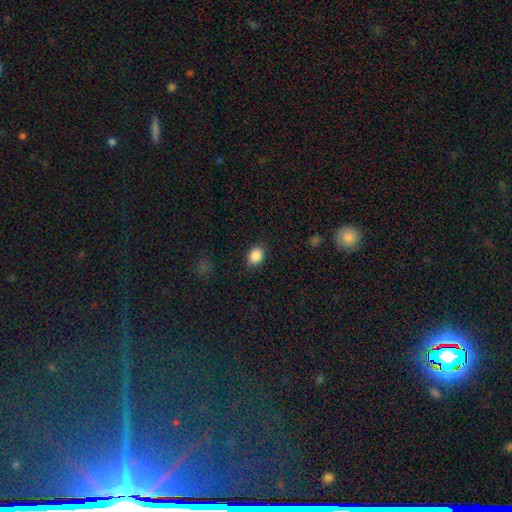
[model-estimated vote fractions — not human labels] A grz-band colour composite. It shows a smooth galaxy with no disk features (88%) that is in between round and cigar-shaped (66%). Merging: none (86%).